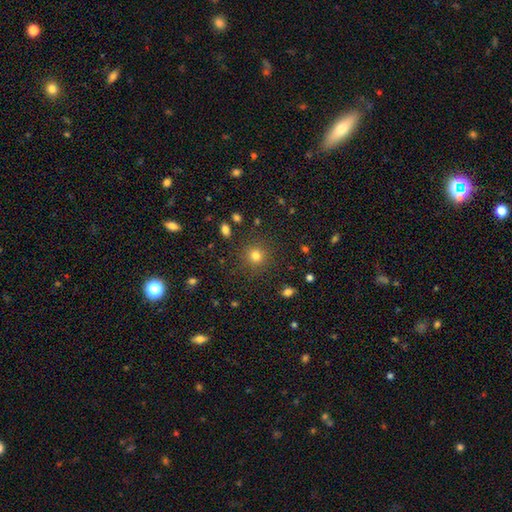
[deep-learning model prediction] smooth_or_featured: smooth (p=0.78) [alt: star or artifact p=0.16]
how_rounded: round (p=0.91) [alt: in between p=0.08]
merging: none (p=0.87) [alt: minor disturbance p=0.08]